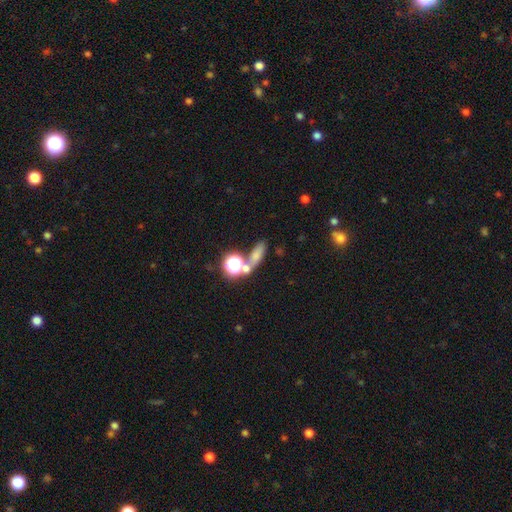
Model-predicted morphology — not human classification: type=smooth (63%); roundness=in between (45%); merging=none (59%).